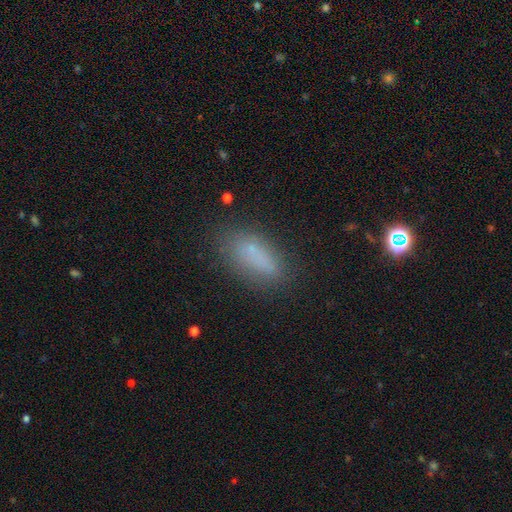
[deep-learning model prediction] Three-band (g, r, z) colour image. It shows a smooth galaxy with no disk features (74%) that is in between round and cigar-shaped (76%). Merging: none (74%).